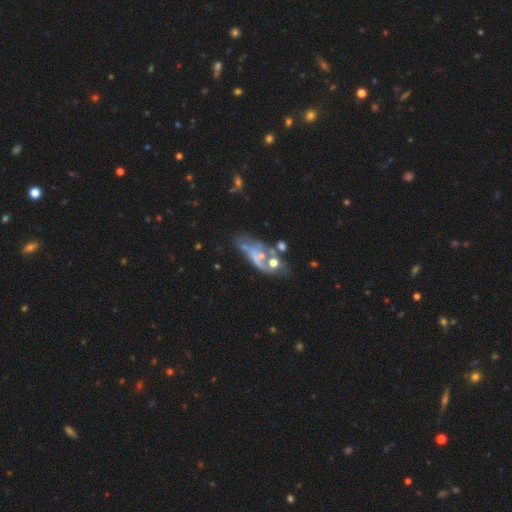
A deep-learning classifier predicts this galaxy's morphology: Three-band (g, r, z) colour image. It shows a featured or disk galaxy (61%) with no bar (73%), no spiral arms (50%, tied with yes) and a small central bulge (47%). Merging: none (30%).